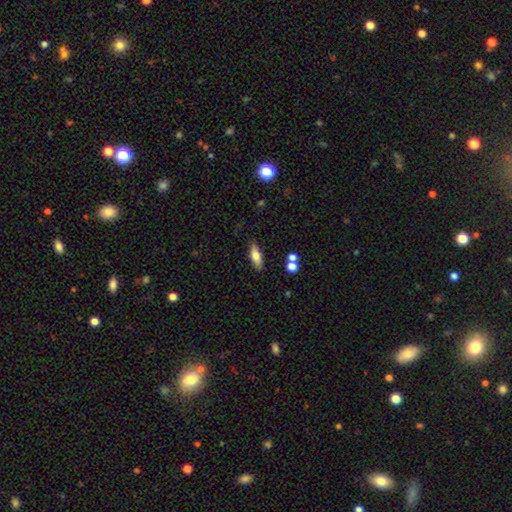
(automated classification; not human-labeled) A smooth galaxy with no disk features (67%) that is in between round and cigar-shaped (65%).

Vote fractions:
- Smooth or featured? smooth: 67% / featured or disk: 26% / star or artifact: 8%
- How rounded? in between: 65% / cigar-shaped: 32% / round: 3%
- Merging? none: 83% / minor disturbance: 11% / merger: 4% / major disturbance: 3%